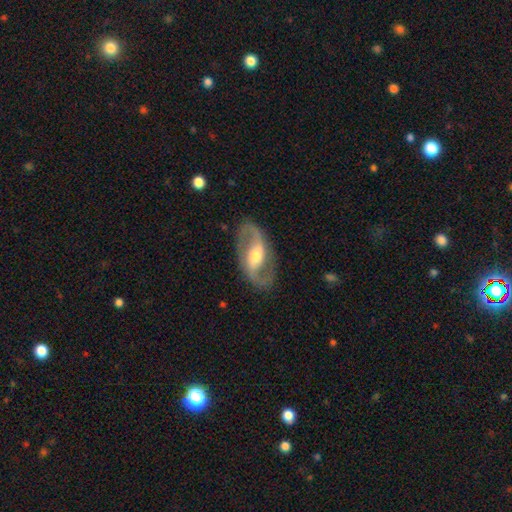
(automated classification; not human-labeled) A featured or disk galaxy (87%) with a weak bar (41%), 2 (93%) medium (48%) spiral arms (93%) and a moderate central bulge (66%).

Vote fractions:
- Smooth or featured? featured or disk: 87% / smooth: 8% / star or artifact: 4%
- Edge-on disk? no: 96% / yes: 4%
- Bar? weak: 41% / strong: 34% / no: 25%
- Spiral arms? yes: 93% / no: 7%
- Spiral winding? medium: 48% / loose: 38% / tight: 13%
- Spiral arm count? 2: 93% / can't tell: 3% / 1: 2% / 3: 1% / 4: 1% / more than 4: 1%
- Bulge size? moderate: 66% / small: 23% / large: 8% / none: 1% / dominant: 1%
- Merging? none: 85% / minor disturbance: 10% / major disturbance: 4% / merger: 1%